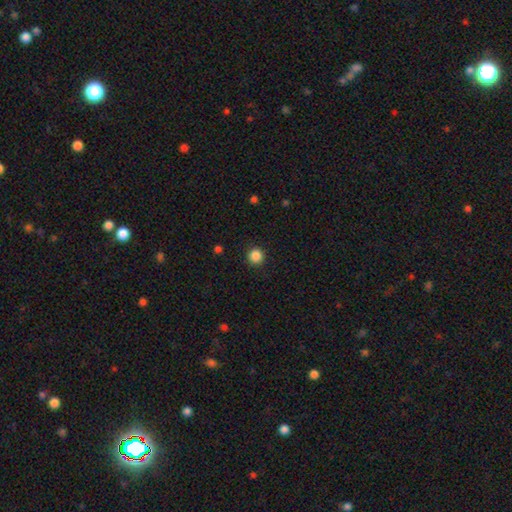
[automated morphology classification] type=smooth (86%); roundness=round (95%); merging=none (92%).